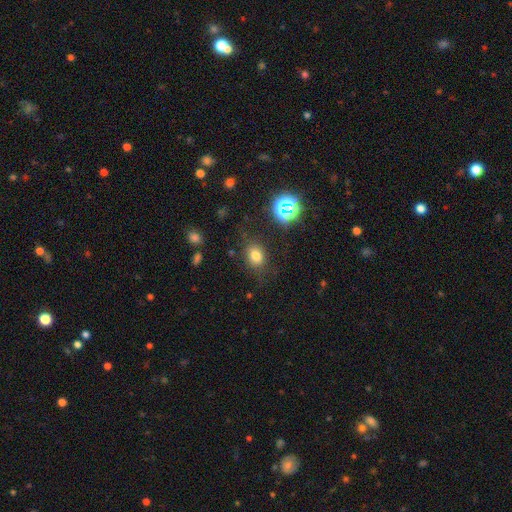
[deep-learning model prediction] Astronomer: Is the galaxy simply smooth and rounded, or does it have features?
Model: smooth — 72%.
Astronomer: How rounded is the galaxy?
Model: in between — 59% (runner-up: round, 39%).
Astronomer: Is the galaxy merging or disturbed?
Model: none — 77%.